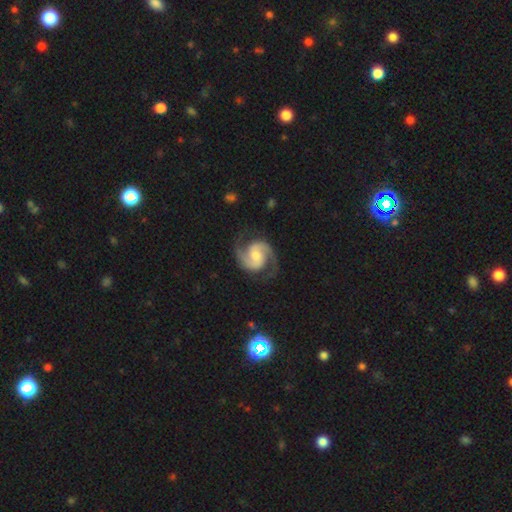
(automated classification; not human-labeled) This is clearly a featured or disk galaxy (92%). It is clearly not viewed edge-on (98%). Bar: possibly no (52%). Spiral arm pattern: clearly yes (99%). Spiral arm count: clearly 2 (94%). Spiral winding: likely medium (60%). Central bulge: possibly moderate (49%). Merging: clearly none (81%).